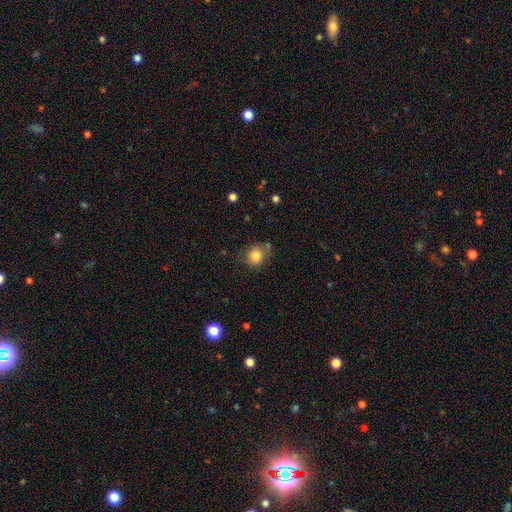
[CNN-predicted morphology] type=smooth (84%); roundness=round (80%); merging=none (72%).